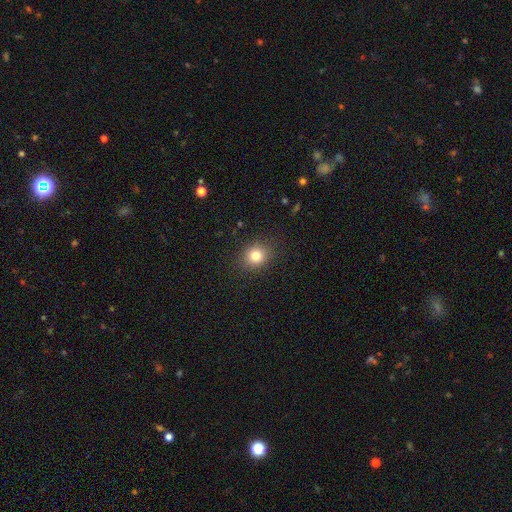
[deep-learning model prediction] Smooth or featured?
  - smooth: 80% *
  - star or artifact: 12%
  - featured or disk: 8%
How rounded?
  - round: 77% *
  - in between: 22%
  - cigar-shaped: 1%
Merging?
  - none: 88% *
  - minor disturbance: 8%
  - major disturbance: 3%
  - merger: 1%